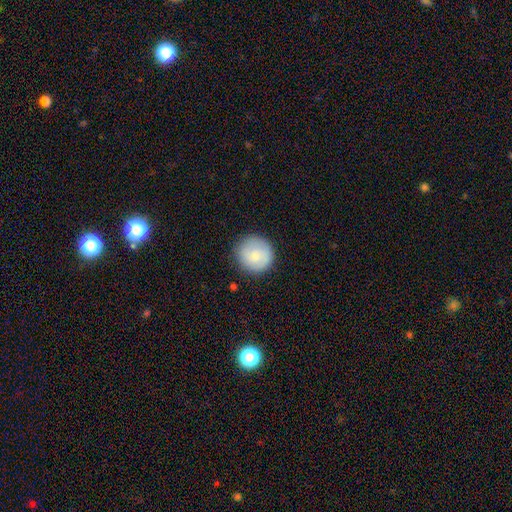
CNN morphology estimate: Overall: smooth (80%). How rounded: round (94%). Merging: none (87%).